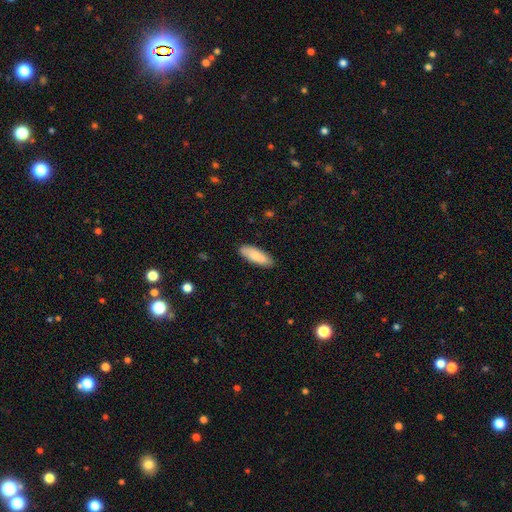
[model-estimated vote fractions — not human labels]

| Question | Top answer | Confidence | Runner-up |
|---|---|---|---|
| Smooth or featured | smooth | 82% | featured or disk (12%) |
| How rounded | in between | 59% | cigar-shaped (39%) |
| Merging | none | 87% | minor disturbance (10%) |